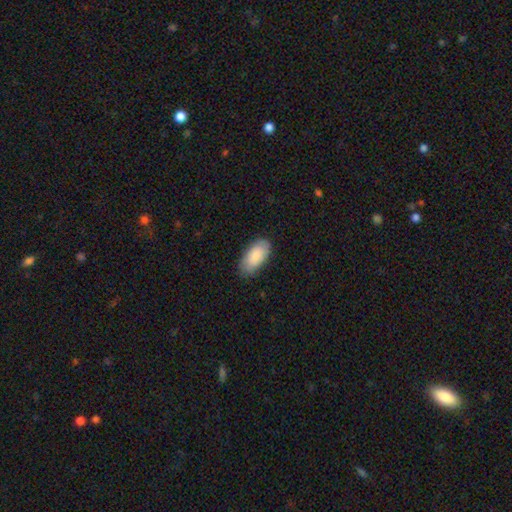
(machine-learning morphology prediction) Smooth or featured? Predicted: smooth (p=0.86). How rounded? Predicted: in between (p=0.93). Merging? Predicted: none (p=0.81).